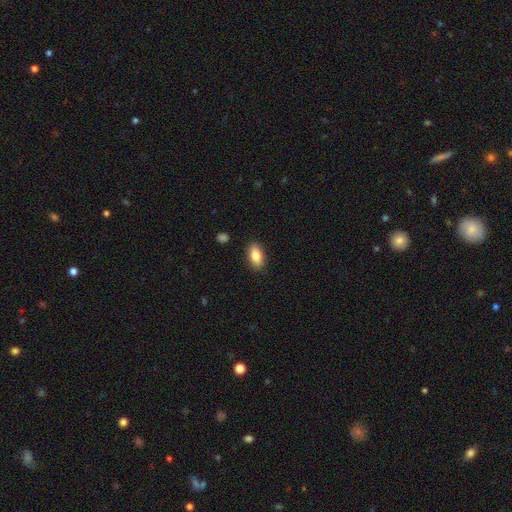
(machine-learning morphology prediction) A smooth galaxy with no disk features (83%) that is in between round and cigar-shaped (89%). Merging: none (88%).